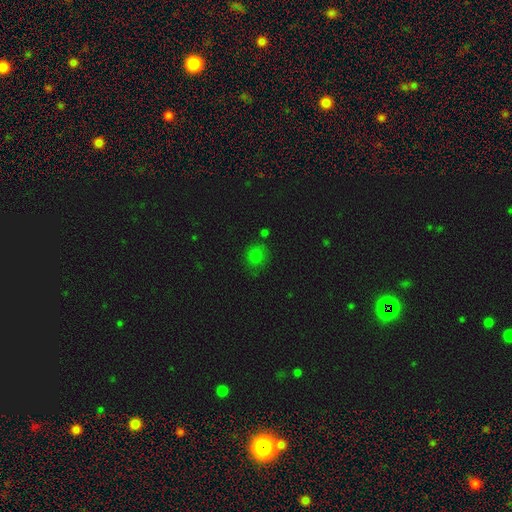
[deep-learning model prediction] Smooth or featured?
  - smooth: 74% *
  - star or artifact: 19%
  - featured or disk: 7%
How rounded?
  - round: 71% *
  - in between: 27%
  - cigar-shaped: 1%
Merging?
  - none: 74% *
  - minor disturbance: 17%
  - major disturbance: 5%
  - merger: 4%